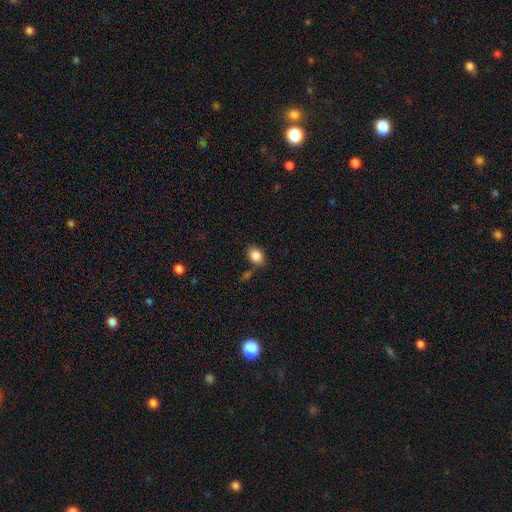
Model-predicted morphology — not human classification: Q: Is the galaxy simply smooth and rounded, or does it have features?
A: smooth — 85%.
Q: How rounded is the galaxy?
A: in between — 70%.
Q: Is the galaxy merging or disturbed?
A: none — 76%.